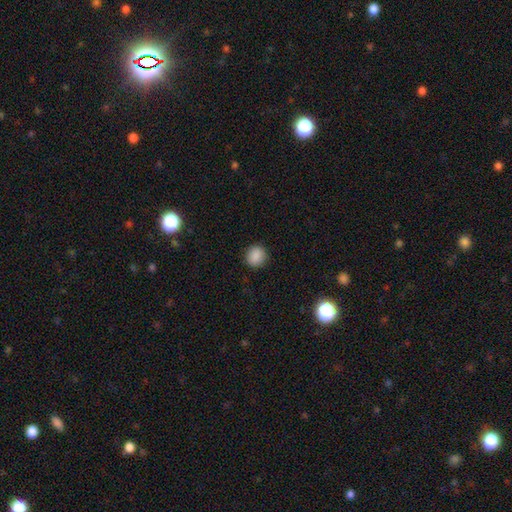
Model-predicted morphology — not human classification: Smooth or featured? Predicted: smooth (p=0.88). How rounded? Predicted: round (p=0.86). Merging? Predicted: none (p=0.90).